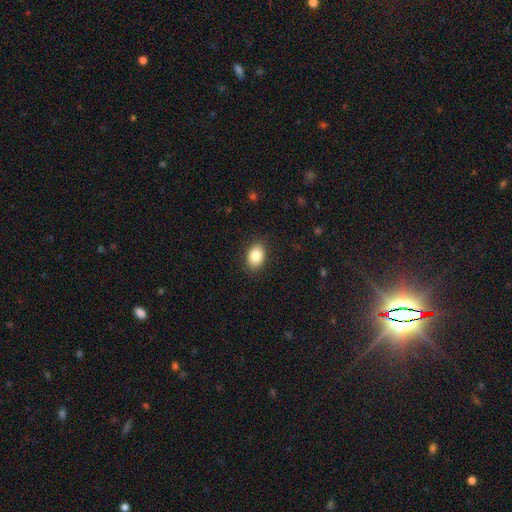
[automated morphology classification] type=smooth (84%); roundness=in between (80%); merging=none (87%).